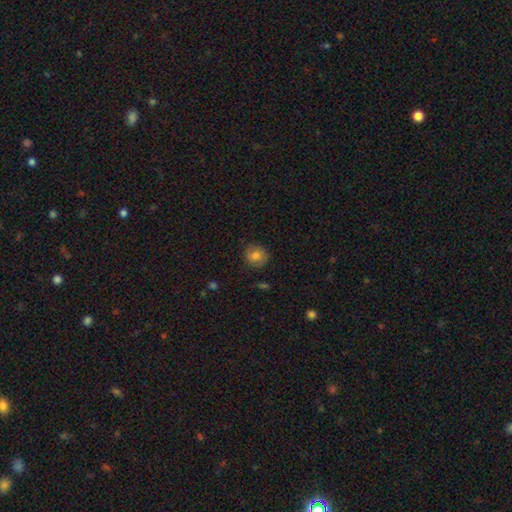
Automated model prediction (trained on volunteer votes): Smooth or featured? smooth (79%)
How rounded? round (88%)
Merging? none (83%)